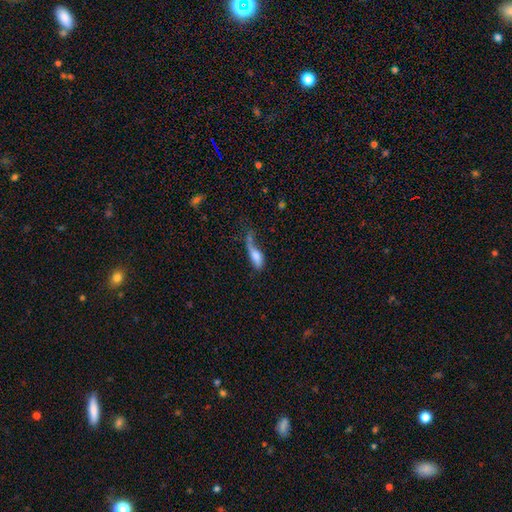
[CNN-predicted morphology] Smooth or featured? smooth (68%)
How rounded? in between (65%)
Merging? major disturbance (37%)